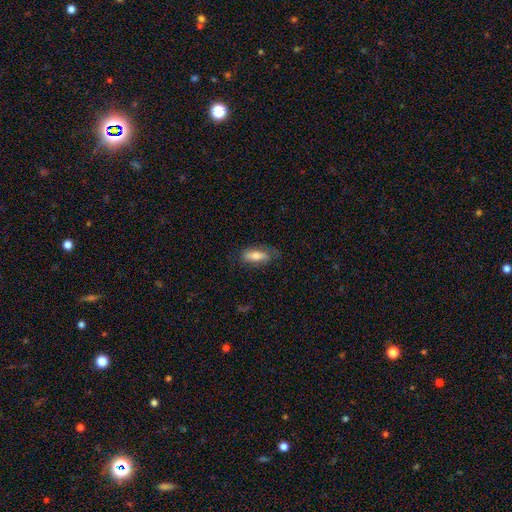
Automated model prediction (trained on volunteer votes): smooth_or_featured: smooth (p=0.62) [alt: featured or disk p=0.31]
how_rounded: in between (p=0.72) [alt: cigar-shaped p=0.25]
merging: none (p=0.66) [alt: minor disturbance p=0.23]